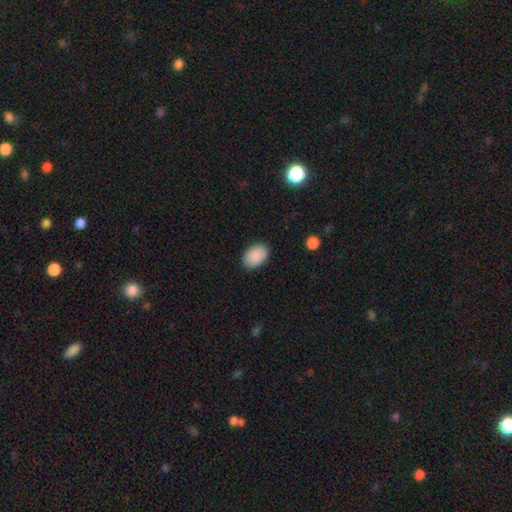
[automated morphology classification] This is clearly a smooth galaxy (90%). How rounded: clearly in between (87%). Merging: clearly none (88%).